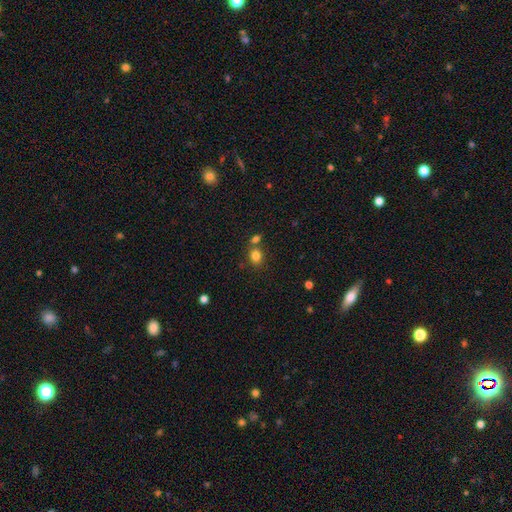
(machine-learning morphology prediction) Smooth or featured?
  - smooth: 82% *
  - star or artifact: 12%
  - featured or disk: 6%
How rounded?
  - round: 58% *
  - in between: 41%
  - cigar-shaped: 1%
Merging?
  - none: 62% *
  - merger: 25%
  - minor disturbance: 10%
  - major disturbance: 3%